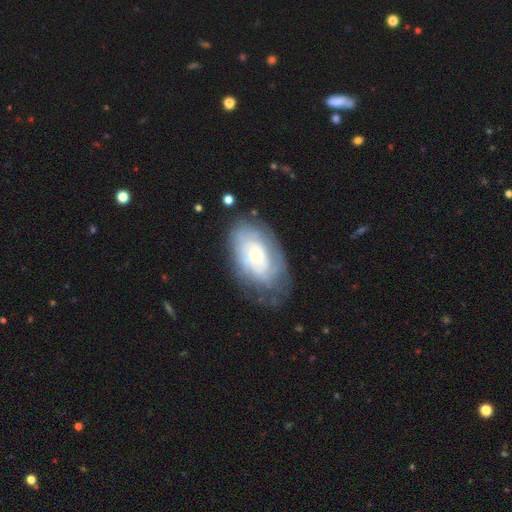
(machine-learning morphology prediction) smooth-or-featured: featured or disk: 65% | smooth: 28% | star or artifact: 7%
  disk-edge-on: no: 94% | yes: 6%
    bar: no: 83% | weak: 13% | strong: 3%
    has-spiral-arms: yes: 67% | no: 33%
    bulge-size: small: 65% | moderate: 29% | large: 3% | none: 1% | dominant: 1%
  merging: none: 64% | minor disturbance: 22% | major disturbance: 11% | merger: 2%